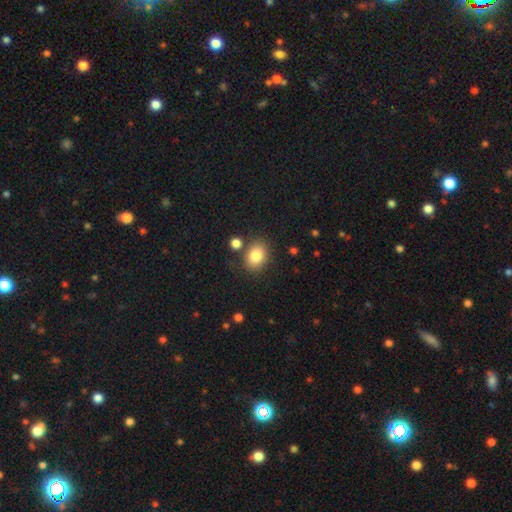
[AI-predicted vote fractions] Q: Smooth or featured?
A: smooth (82%); runner-up: star or artifact (9%)
Q: How rounded?
A: in between (64%); runner-up: round (35%)
Q: Merging?
A: none (77%); runner-up: minor disturbance (12%)